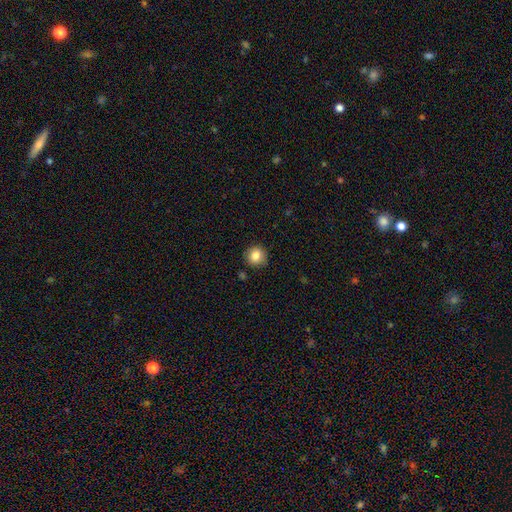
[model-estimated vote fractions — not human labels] The model was most divided on "smooth or featured": smooth: 83%, star or artifact: 10%, featured or disk: 7%. More confident: how rounded — round (93%); merging — none (89%).